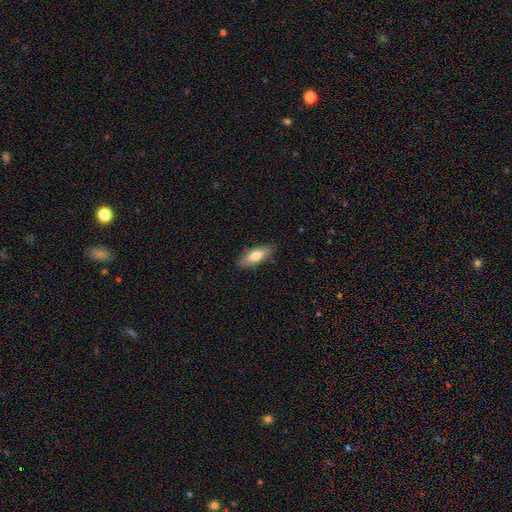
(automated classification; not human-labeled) Smooth or featured: smooth — 69% (featured or disk — 25%)
How rounded: in between — 66% (cigar-shaped — 31%)
Merging: none — 86% (minor disturbance — 11%)